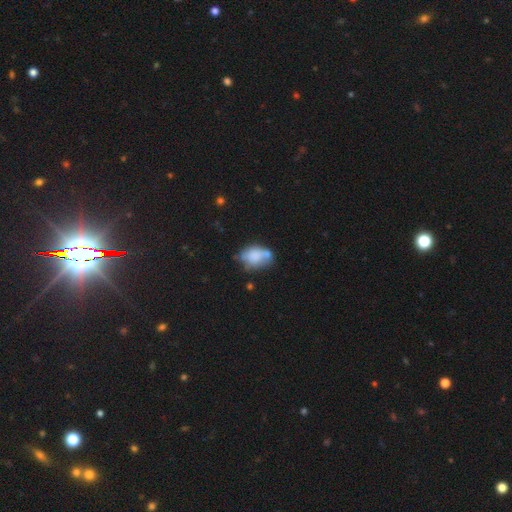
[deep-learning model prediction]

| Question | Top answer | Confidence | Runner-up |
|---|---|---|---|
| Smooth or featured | smooth | 70% | featured or disk (22%) |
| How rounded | in between | 79% | round (19%) |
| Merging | none | 35% | merger (27%) |